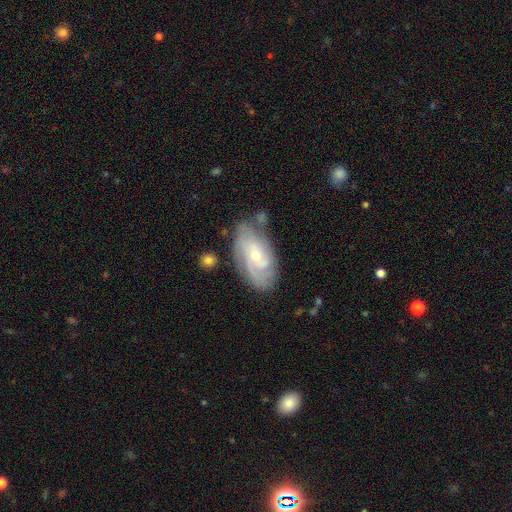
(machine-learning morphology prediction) A featured or disk galaxy (79%) with no bar (60%), tight (58%) spiral arms (93%) and a small central bulge (56%).

Vote fractions:
- Smooth or featured? featured or disk: 79% / smooth: 15% / star or artifact: 6%
- Edge-on disk? no: 95% / yes: 5%
- Bar? no: 60% / weak: 33% / strong: 6%
- Spiral arms? yes: 93% / no: 7%
- Spiral winding? tight: 58% / medium: 32% / loose: 9%
- Spiral arm count? can't tell: 32% / 2: 29% / 3: 23% / 4: 8% / 1: 5% / more than 4: 4%
- Bulge size? small: 56% / moderate: 40% / large: 1% / none: 1% / dominant: 1%
- Merging? none: 70% / minor disturbance: 20% / major disturbance: 6% / merger: 4%